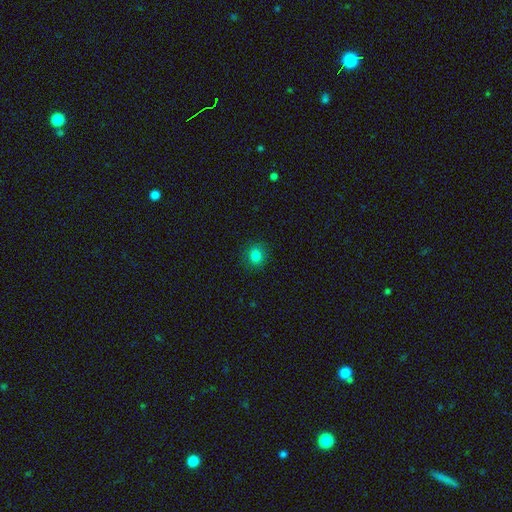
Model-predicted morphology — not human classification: type=smooth (82%); roundness=round (81%); merging=none (89%).